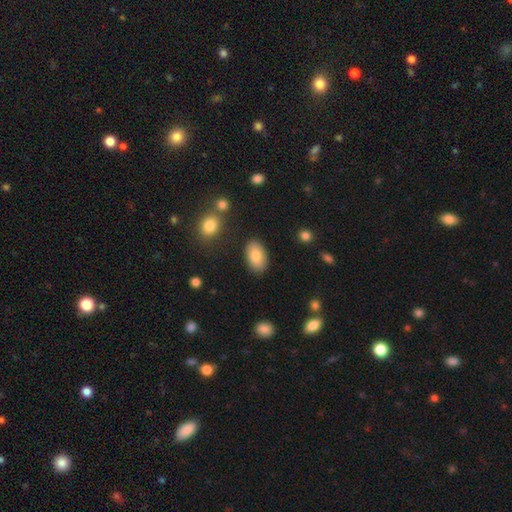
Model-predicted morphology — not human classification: Smooth or featured? smooth (82%)
How rounded? in between (93%)
Merging? none (85%)